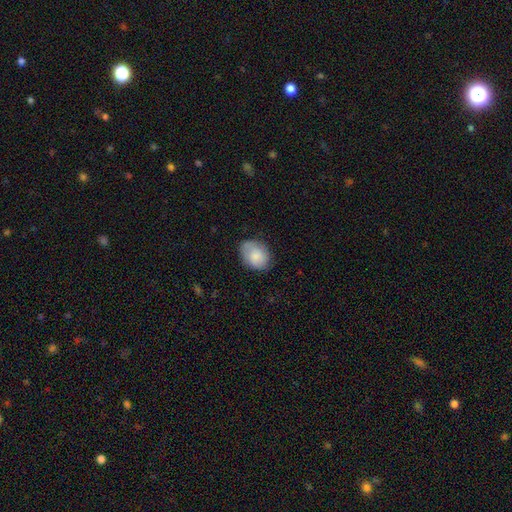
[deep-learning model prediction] A smooth galaxy with no disk features (80%) that is in between round and cigar-shaped (67%).

Vote fractions:
- Smooth or featured? smooth: 80% / featured or disk: 13% / star or artifact: 7%
- How rounded? in between: 67% / round: 32% / cigar-shaped: 1%
- Merging? none: 69% / minor disturbance: 24% / major disturbance: 6% / merger: 2%